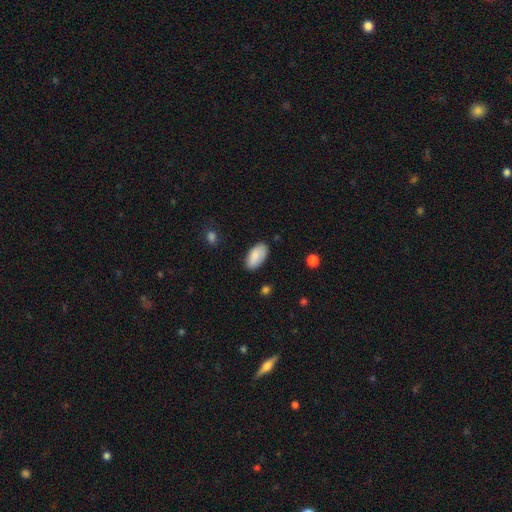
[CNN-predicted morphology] Smooth or featured? Predicted: smooth (p=0.87). How rounded? Predicted: in between (p=0.95). Merging? Predicted: none (p=0.82).